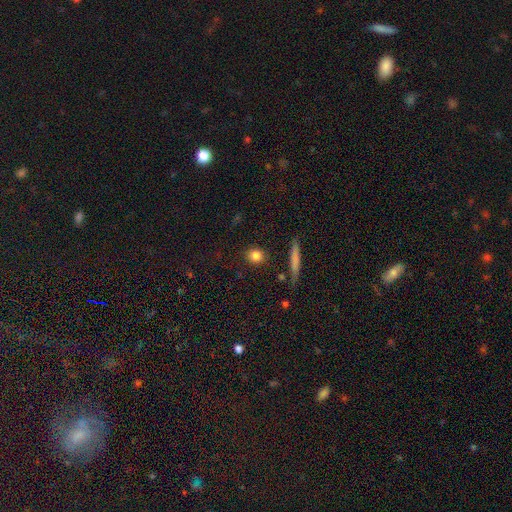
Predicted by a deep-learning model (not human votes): Smooth or featured?
  - smooth: 83% *
  - star or artifact: 10%
  - featured or disk: 8%
How rounded?
  - round: 81% *
  - in between: 15%
  - cigar-shaped: 4%
Merging?
  - none: 88% *
  - minor disturbance: 7%
  - merger: 2%
  - major disturbance: 2%